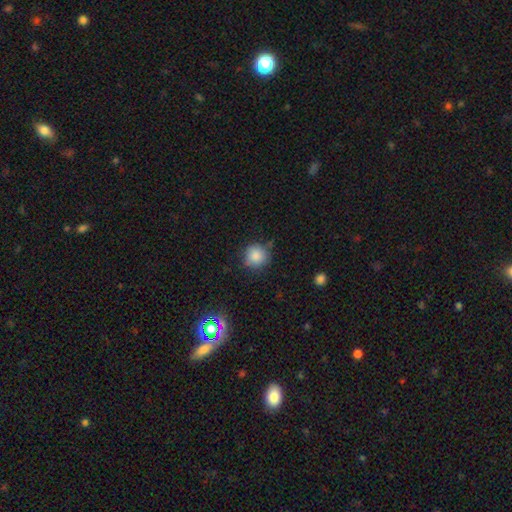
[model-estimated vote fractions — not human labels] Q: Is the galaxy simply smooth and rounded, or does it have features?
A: smooth — 85%.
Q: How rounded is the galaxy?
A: round — 92%.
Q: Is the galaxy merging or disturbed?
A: none — 77%.